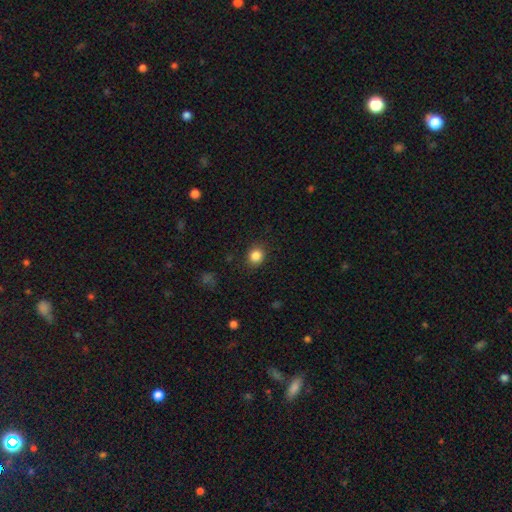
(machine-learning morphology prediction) smooth 85%, star or artifact 11%, featured or disk 4%. Down the decision tree: how rounded — round (75%); merging — none (86%).